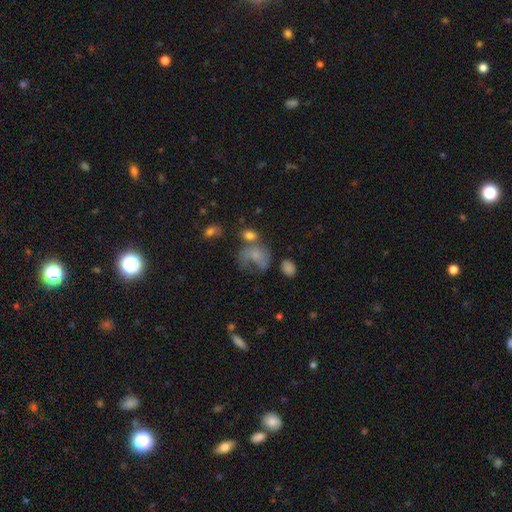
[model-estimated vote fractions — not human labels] The model was most divided on "merging": major disturbance: 37%, none: 23%, merger: 21%, minor disturbance: 19%. More confident: how rounded — in between (56%); smooth or featured — smooth (56%).